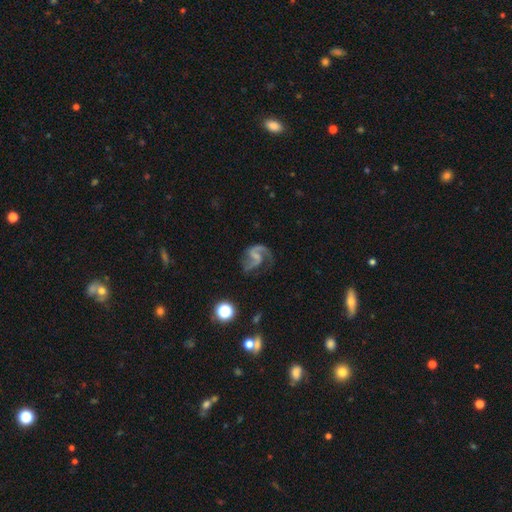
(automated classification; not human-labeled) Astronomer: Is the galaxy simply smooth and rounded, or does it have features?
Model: featured or disk — 88%.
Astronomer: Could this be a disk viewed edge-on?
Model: no — 98%.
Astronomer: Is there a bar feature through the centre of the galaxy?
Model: weak — 47% (runner-up: no, 33%).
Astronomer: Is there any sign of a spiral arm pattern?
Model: yes — 97%.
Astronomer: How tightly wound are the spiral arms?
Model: medium — 49% (runner-up: loose, 42%).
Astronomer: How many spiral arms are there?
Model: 2 — 90%.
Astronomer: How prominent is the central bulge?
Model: small — 42%, tied with none at 42%.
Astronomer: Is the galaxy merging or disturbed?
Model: none — 66%.